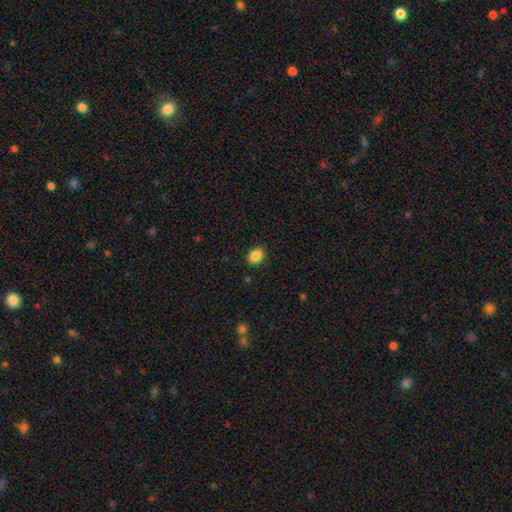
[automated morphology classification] smooth_or_featured: smooth (p=0.88) [alt: star or artifact p=0.09]
how_rounded: in between (p=0.62) [alt: round p=0.37]
merging: none (p=0.88) [alt: minor disturbance p=0.08]